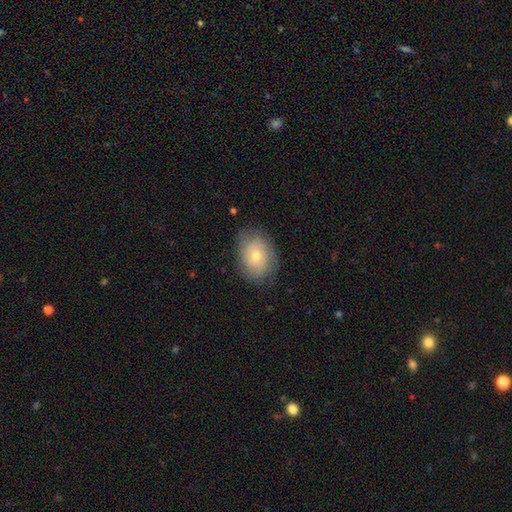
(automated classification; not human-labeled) Smooth or featured? smooth (53%)
How rounded? in between (67%)
Merging? none (76%)